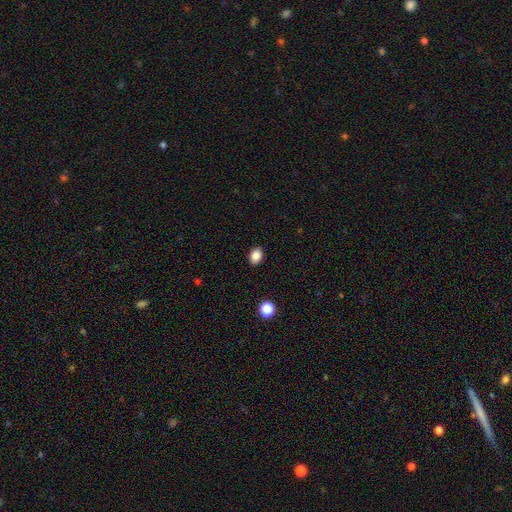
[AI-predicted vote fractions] A smooth galaxy with no disk features (87%) that is in between round and cigar-shaped (65%). Merging: none (90%).